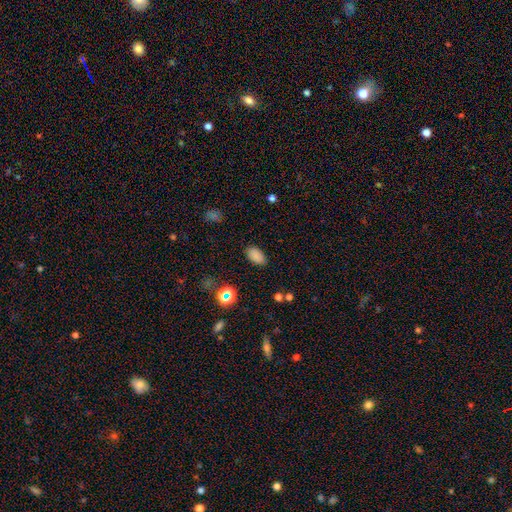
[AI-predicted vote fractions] The model was most divided on "smooth or featured": smooth: 83%, star or artifact: 13%, featured or disk: 4%. More confident: how rounded — in between (92%); merging — none (86%).